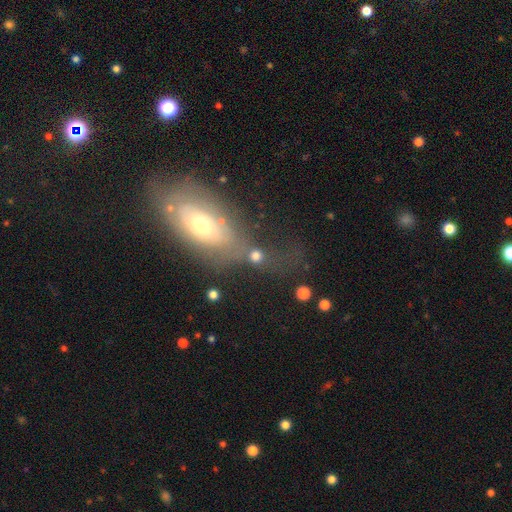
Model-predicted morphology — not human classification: smooth_or_featured: smooth (p=0.66) [alt: star or artifact p=0.18]
how_rounded: round (p=0.67) [alt: in between p=0.28]
merging: none (p=0.46) [alt: merger p=0.26]